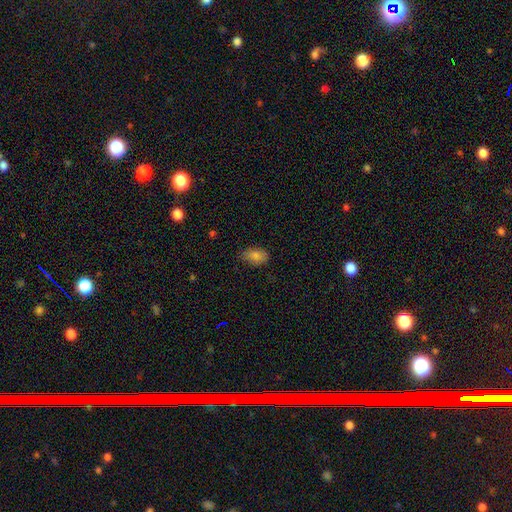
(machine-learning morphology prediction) The model was most divided on "merging": none: 77%, minor disturbance: 19%, major disturbance: 3%, merger: 1%. More confident: how rounded — in between (89%); smooth or featured — smooth (82%).